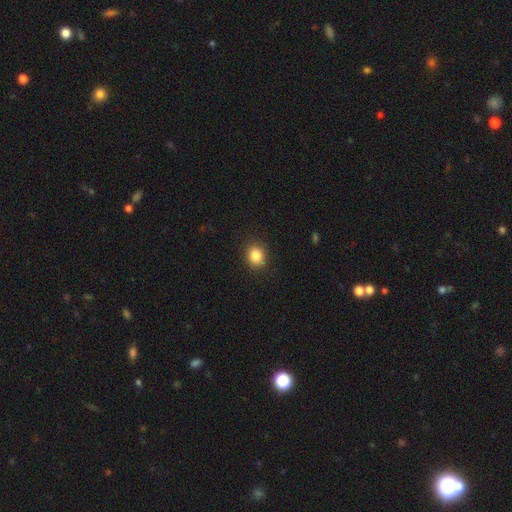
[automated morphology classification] The model was most divided on "how rounded": round: 67%, in between: 32%, cigar-shaped: 1%. More confident: merging — none (89%); smooth or featured — smooth (85%).